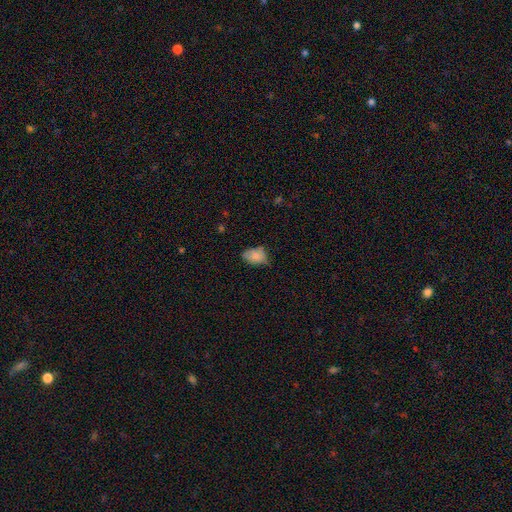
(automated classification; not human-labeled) Smooth or featured: smooth — 79% (featured or disk — 12%)
How rounded: in between — 80% (round — 19%)
Merging: none — 51% (minor disturbance — 38%)